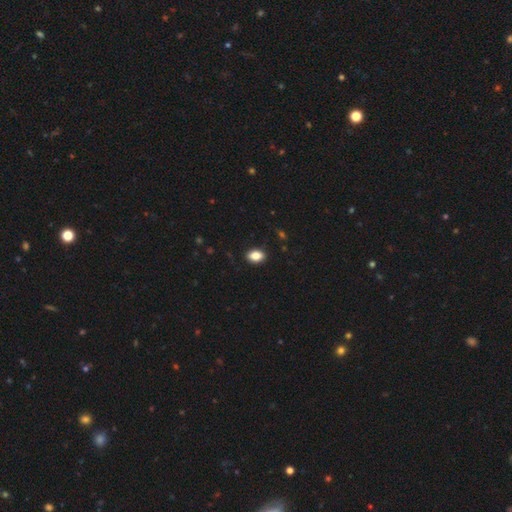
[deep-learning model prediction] A smooth galaxy with no disk features (85%) that is in between round and cigar-shaped (80%).

Vote fractions:
- Smooth or featured? smooth: 85% / star or artifact: 9% / featured or disk: 7%
- How rounded? in between: 80% / round: 18% / cigar-shaped: 1%
- Merging? none: 88% / minor disturbance: 9% / major disturbance: 2% / merger: 1%